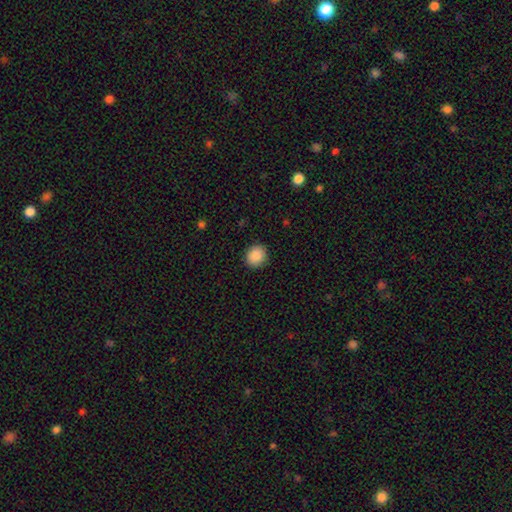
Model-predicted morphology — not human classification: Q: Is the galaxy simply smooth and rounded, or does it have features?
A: smooth — 88%.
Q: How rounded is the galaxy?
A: round — 81%.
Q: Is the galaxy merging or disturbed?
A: none — 91%.